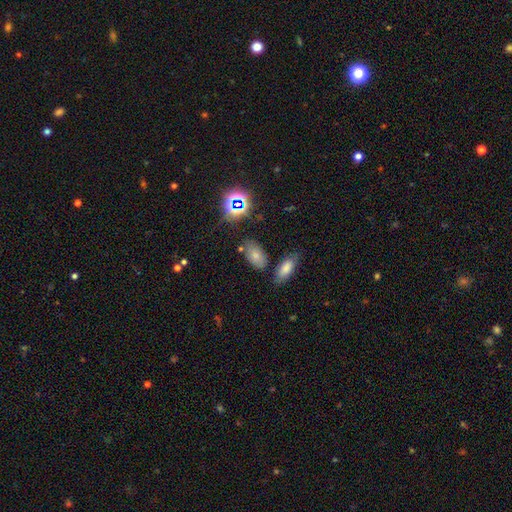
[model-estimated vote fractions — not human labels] A smooth galaxy with no disk features (68%) that is in between round and cigar-shaped (90%).

Vote fractions:
- Smooth or featured? smooth: 68% / star or artifact: 19% / featured or disk: 13%
- How rounded? in between: 90% / round: 7% / cigar-shaped: 2%
- Merging? none: 74% / minor disturbance: 15% / merger: 7% / major disturbance: 4%